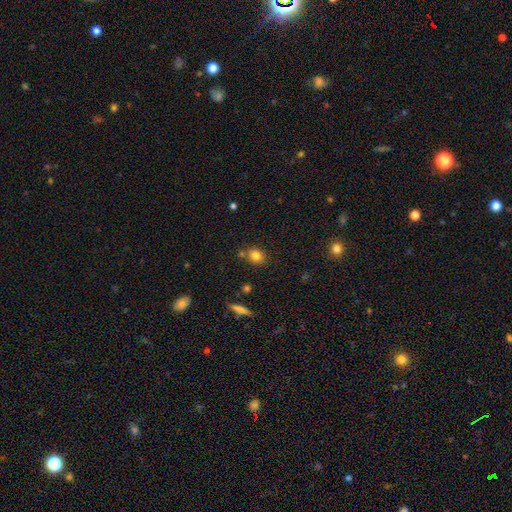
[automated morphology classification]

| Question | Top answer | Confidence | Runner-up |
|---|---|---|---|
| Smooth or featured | smooth | 80% | star or artifact (12%) |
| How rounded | round | 68% | in between (30%) |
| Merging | none | 70% | minor disturbance (13%) |